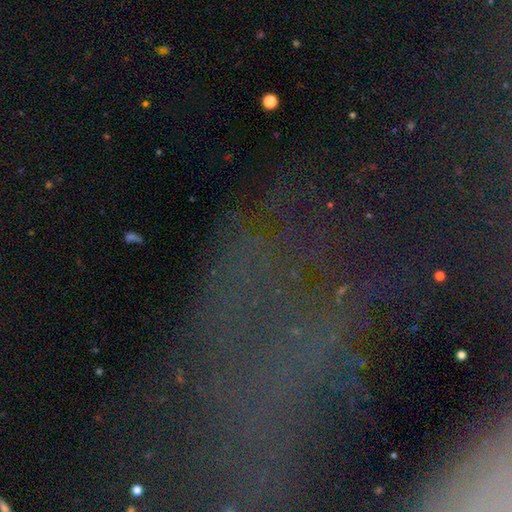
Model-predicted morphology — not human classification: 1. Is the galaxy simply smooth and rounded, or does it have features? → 63% star or artifact, 21% featured or disk, 15% smooth.